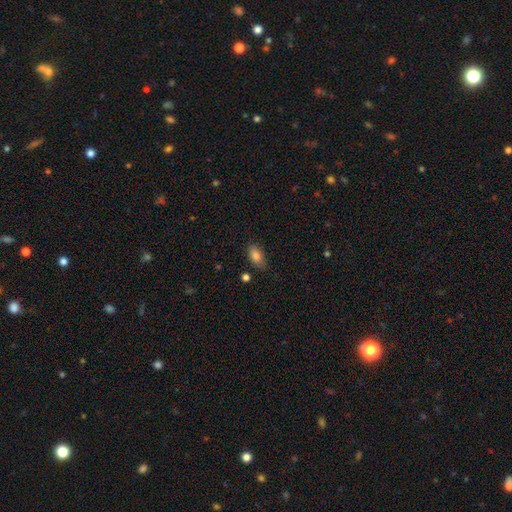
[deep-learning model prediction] Morphology: type=smooth (84%); roundness=in between (90%); merging=none (76%).